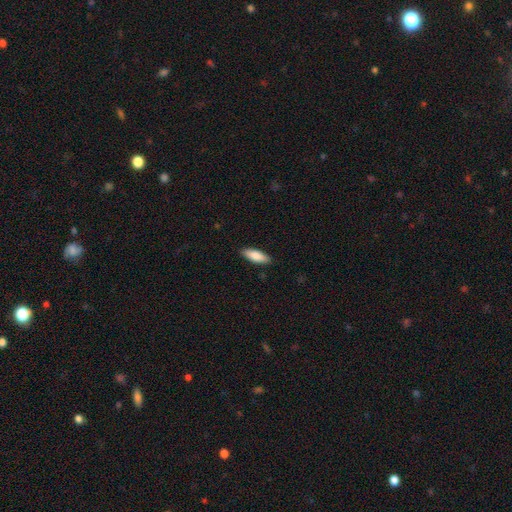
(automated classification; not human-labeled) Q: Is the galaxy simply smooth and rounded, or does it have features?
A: smooth — 82%.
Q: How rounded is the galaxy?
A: in between — 62%.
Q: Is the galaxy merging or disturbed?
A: none — 88%.